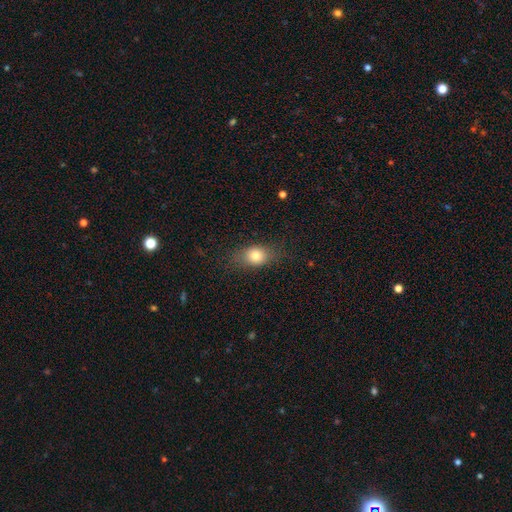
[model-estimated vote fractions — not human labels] Smooth or featured? Predicted: smooth (p=0.78). How rounded? Predicted: in between (p=0.61). Merging? Predicted: none (p=0.77).